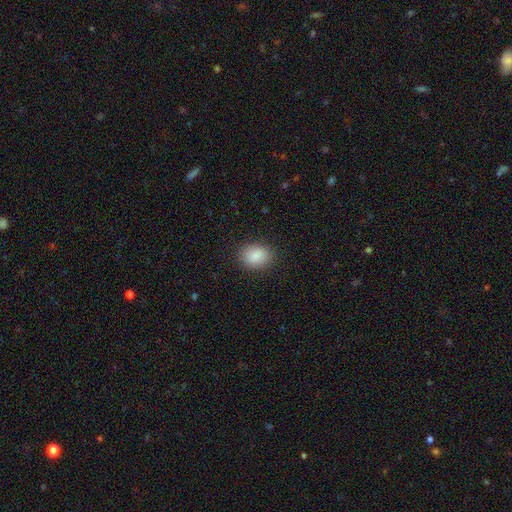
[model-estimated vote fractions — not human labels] Smooth or featured: smooth — 88% (star or artifact — 8%)
How rounded: in between — 62% (round — 37%)
Merging: none — 86% (minor disturbance — 10%)